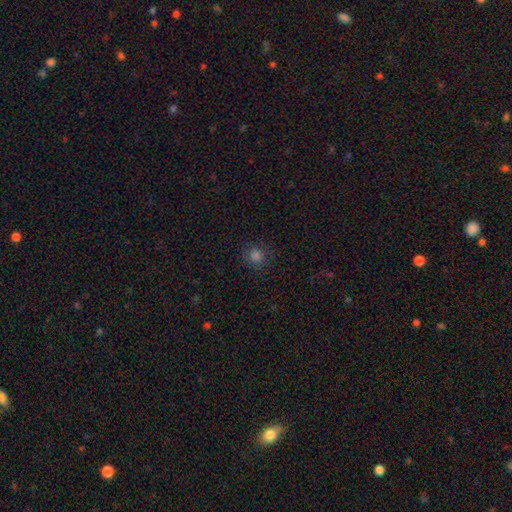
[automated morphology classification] A smooth galaxy with no disk features (77%) that is round (93%).

Vote fractions:
- Smooth or featured? smooth: 77% / star or artifact: 19% / featured or disk: 5%
- How rounded? round: 93% / in between: 6% / cigar-shaped: 1%
- Merging? none: 89% / minor disturbance: 7% / major disturbance: 2% / merger: 1%